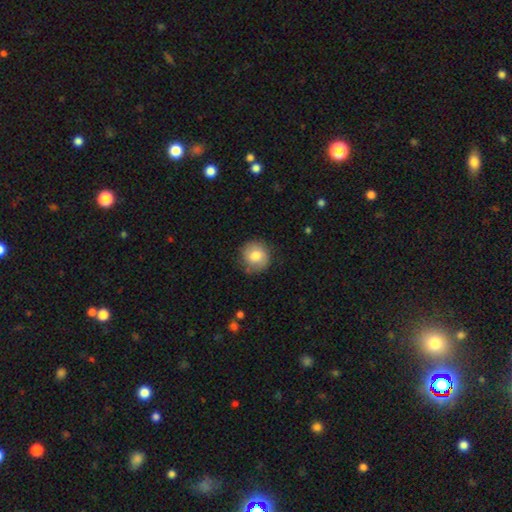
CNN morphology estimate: Q: Smooth or featured?
A: smooth (78%); runner-up: featured or disk (14%)
Q: How rounded?
A: round (90%); runner-up: in between (9%)
Q: Merging?
A: none (80%); runner-up: minor disturbance (15%)